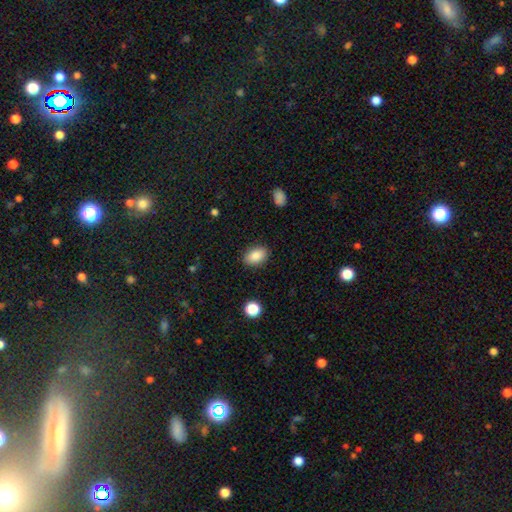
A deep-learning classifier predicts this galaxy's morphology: A smooth galaxy with no disk features (87%) that is in between round and cigar-shaped (87%). Merging: none (86%).